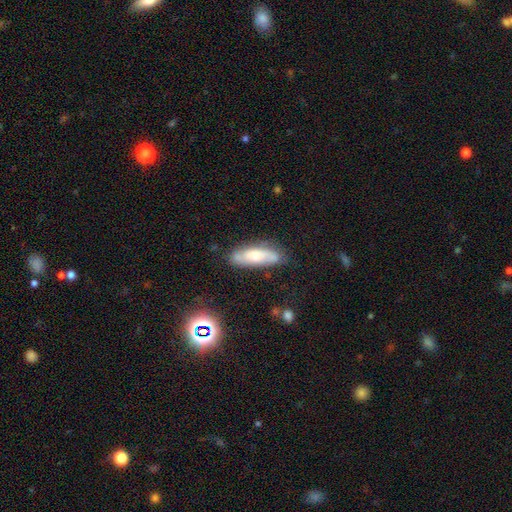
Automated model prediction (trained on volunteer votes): A smooth galaxy with no disk features (53%) that is in between round and cigar-shaped (52%).

Vote fractions:
- Smooth or featured? smooth: 53% / featured or disk: 40% / star or artifact: 8%
- How rounded? in between: 52% / cigar-shaped: 46% / round: 2%
- Merging? none: 72% / minor disturbance: 19% / major disturbance: 5% / merger: 4%